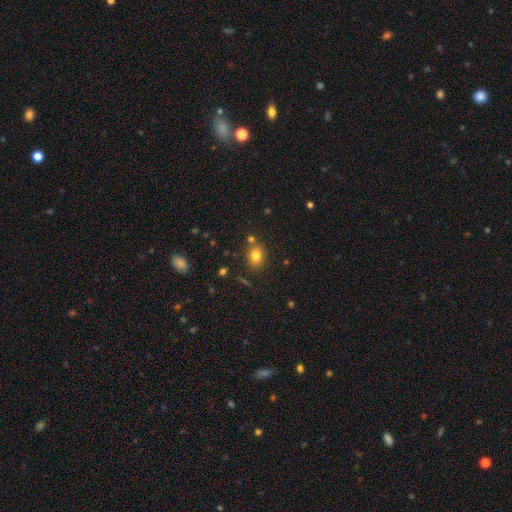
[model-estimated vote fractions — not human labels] Smooth or featured? Predicted: smooth (p=0.79). How rounded? Predicted: in between (p=0.50). Merging? Predicted: none (p=0.77).